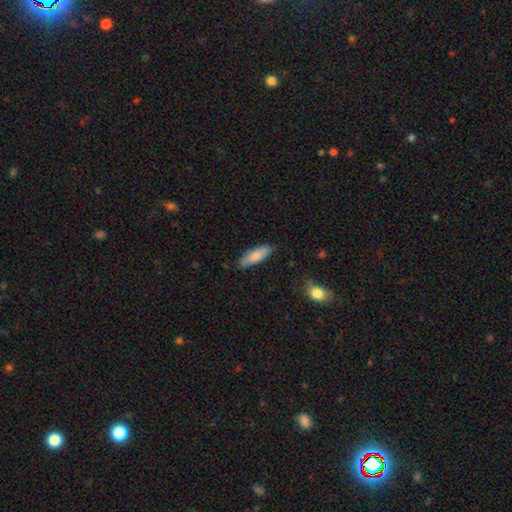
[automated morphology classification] Smooth or featured: smooth — 82% (featured or disk — 12%)
How rounded: in between — 53% (cigar-shaped — 45%)
Merging: none — 83% (minor disturbance — 13%)